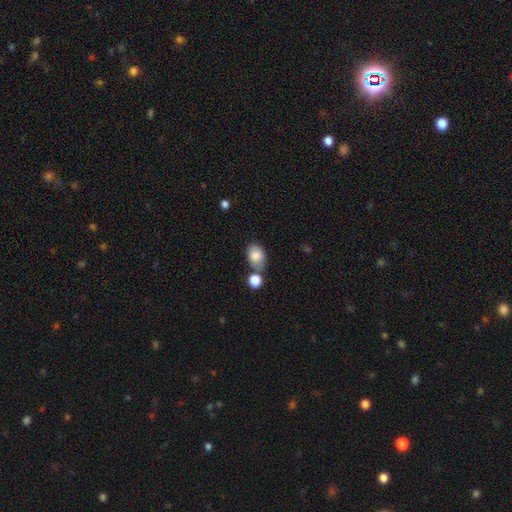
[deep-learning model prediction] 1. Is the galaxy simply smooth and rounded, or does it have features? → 84% smooth, 8% featured or disk, 8% star or artifact.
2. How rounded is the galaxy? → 80% in between, 18% round, 1% cigar-shaped.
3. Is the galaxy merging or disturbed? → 57% none, 23% merger, 15% minor disturbance, 5% major disturbance.